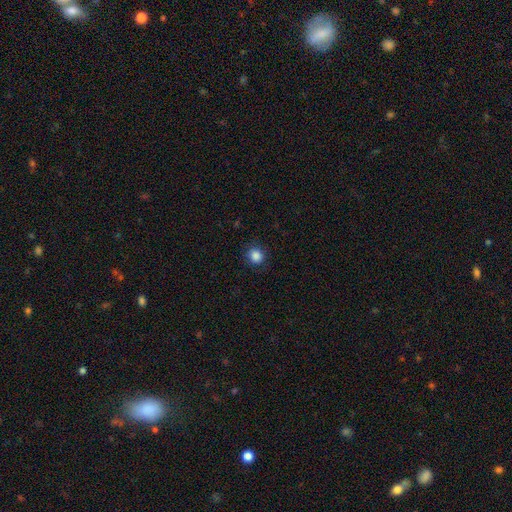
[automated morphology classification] Overall: smooth (86%). How rounded: round (89%). Merging: none (87%).